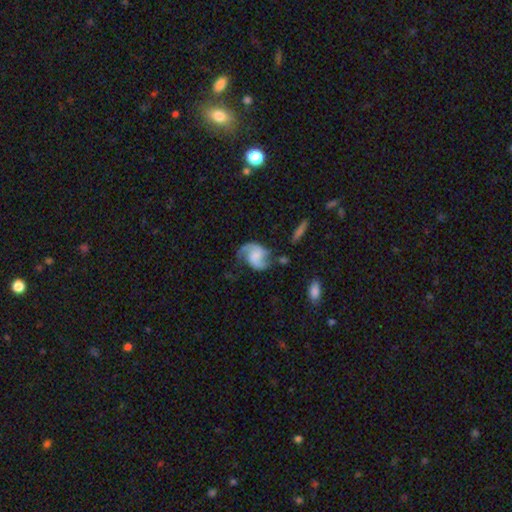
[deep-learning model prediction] Morphology: type=featured or disk (84%); edge-on=no (98%); bar=no (55%); spiral arms=yes (96%); winding=medium (47%); arm count=2 (90%); bulge=none (45%); merging=none (61%).